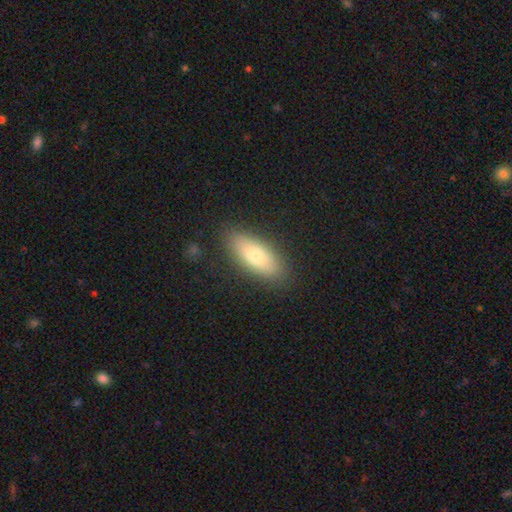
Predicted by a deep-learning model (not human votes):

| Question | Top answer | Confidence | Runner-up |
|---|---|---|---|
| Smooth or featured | smooth | 67% | featured or disk (26%) |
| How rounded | in between | 69% | cigar-shaped (28%) |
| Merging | none | 87% | minor disturbance (10%) |